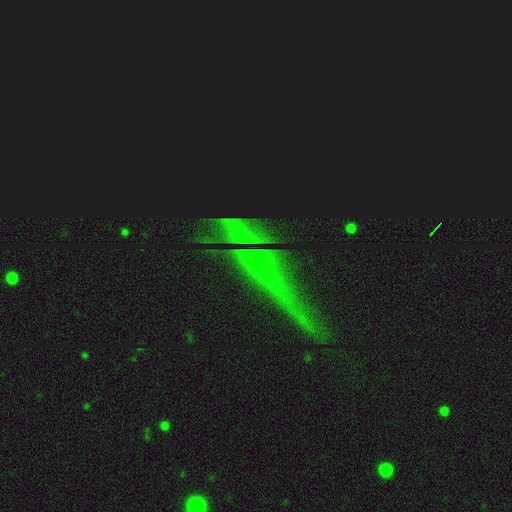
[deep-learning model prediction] A star or artifact, not a galaxy (50%).

Vote fractions:
- Smooth or featured? star or artifact: 50% / featured or disk: 31% / smooth: 19%